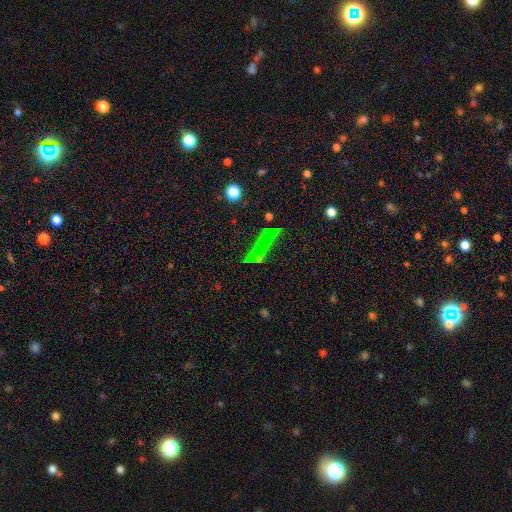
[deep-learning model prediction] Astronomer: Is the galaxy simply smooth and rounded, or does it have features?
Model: star or artifact — 48% (runner-up: smooth, 33%).